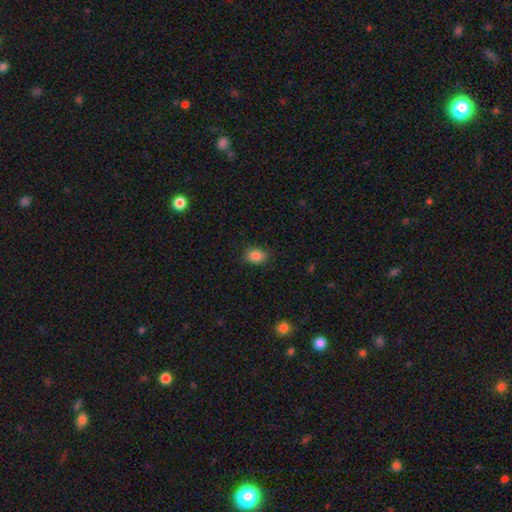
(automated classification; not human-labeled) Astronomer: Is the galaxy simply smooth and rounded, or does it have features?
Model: smooth — 86%.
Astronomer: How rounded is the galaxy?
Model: in between — 71%.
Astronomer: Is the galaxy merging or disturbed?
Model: none — 85%.